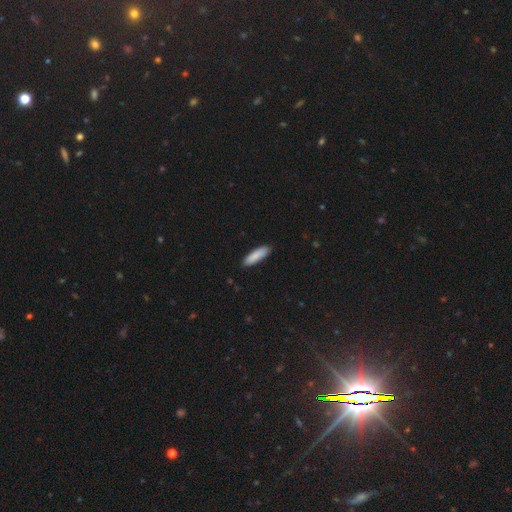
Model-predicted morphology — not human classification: smooth-or-featured: smooth: 88% | featured or disk: 6% | star or artifact: 6%
  how-rounded: cigar-shaped: 65% | in between: 34% | round: 1%
  merging: none: 88% | minor disturbance: 9% | major disturbance: 2% | merger: 1%